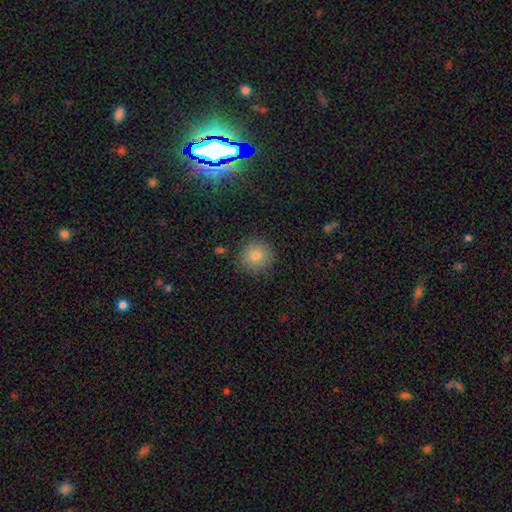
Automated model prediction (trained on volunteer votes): Smooth or featured?
  - smooth: 77% *
  - star or artifact: 14%
  - featured or disk: 9%
How rounded?
  - round: 92% *
  - in between: 7%
  - cigar-shaped: 1%
Merging?
  - none: 89% *
  - minor disturbance: 7%
  - major disturbance: 2%
  - merger: 1%